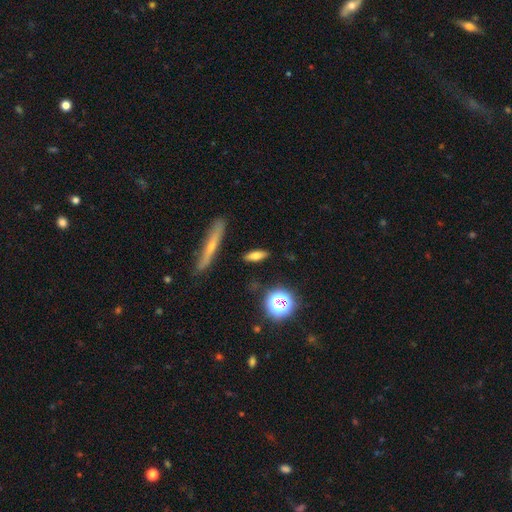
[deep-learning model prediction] smooth-or-featured: smooth: 67% | featured or disk: 21% | star or artifact: 12%
  how-rounded: cigar-shaped: 49% | in between: 45% | round: 6%
  merging: none: 86% | minor disturbance: 9% | major disturbance: 3% | merger: 2%